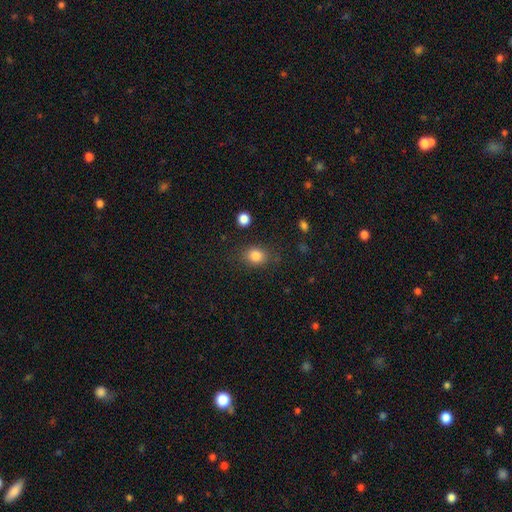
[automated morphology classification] type=smooth (83%); roundness=round (59%); merging=none (80%).